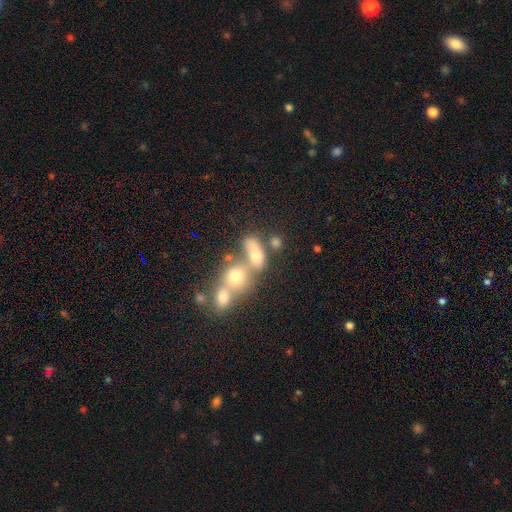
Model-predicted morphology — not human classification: smooth 65%, featured or disk 20%, star or artifact 15%. Down the decision tree: how rounded — in between (59%); merging — merger (57%).